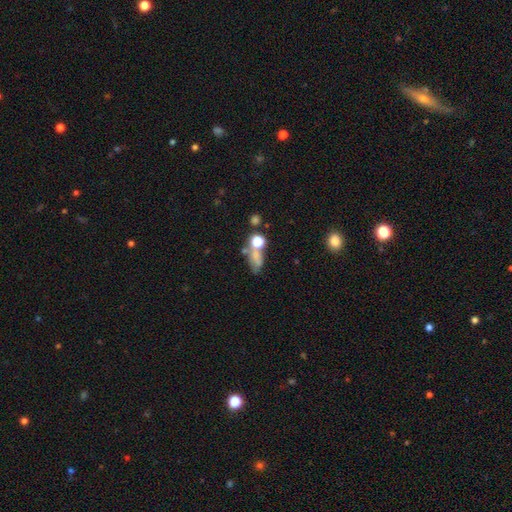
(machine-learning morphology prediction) This is possibly a smooth galaxy (55%). How rounded: possibly in between (59%). Merging: marginally merger (37%).